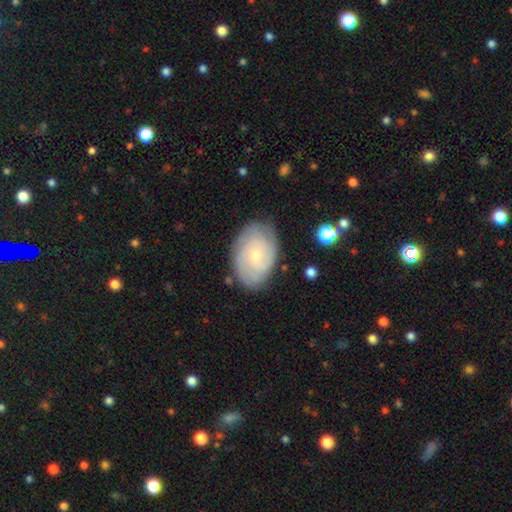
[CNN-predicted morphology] A featured or disk galaxy (67%) with no bar (71%), tight (67%) spiral arms (89%) and a small central bulge (74%). Merging: none (78%).